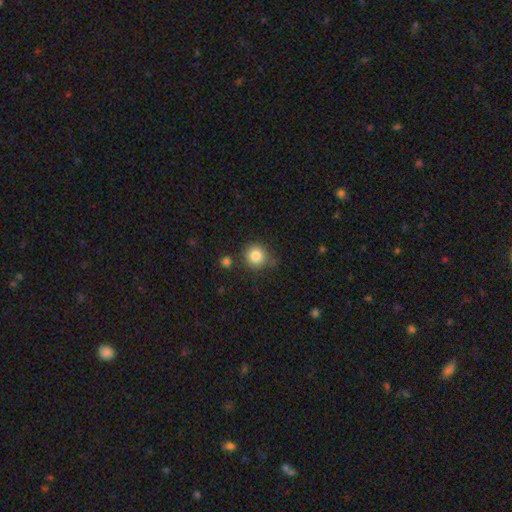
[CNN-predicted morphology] Smooth or featured? Predicted: smooth (p=0.84). How rounded? Predicted: round (p=0.92). Merging? Predicted: none (p=0.75).